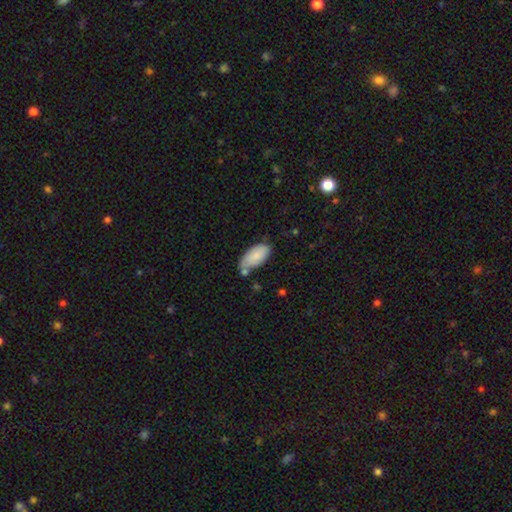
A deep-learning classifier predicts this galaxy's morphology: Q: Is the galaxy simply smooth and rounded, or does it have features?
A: smooth — 84%.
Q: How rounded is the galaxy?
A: in between — 93%.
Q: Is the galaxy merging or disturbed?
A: none — 57%.